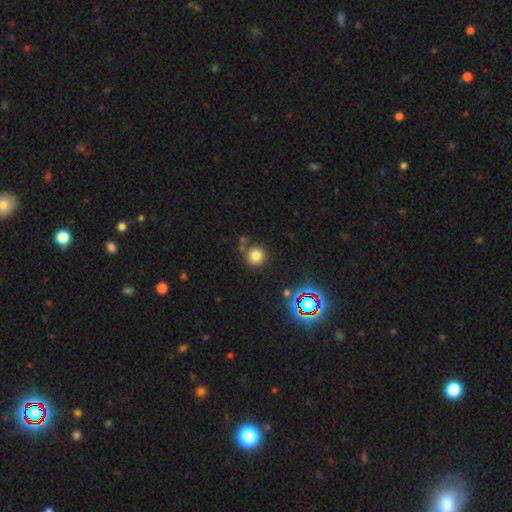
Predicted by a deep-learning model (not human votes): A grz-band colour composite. It shows a smooth galaxy with no disk features (77%) that is round (94%). Merging: none (79%).